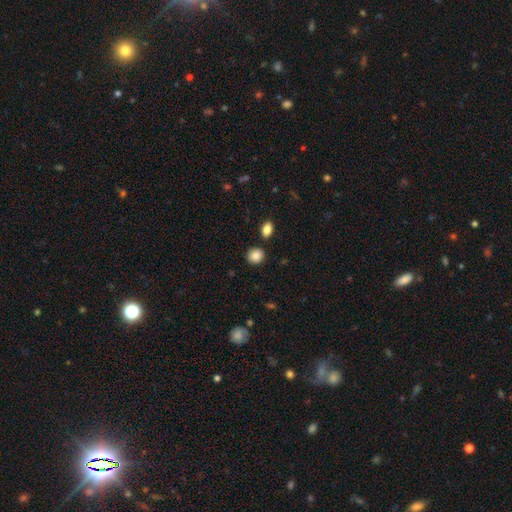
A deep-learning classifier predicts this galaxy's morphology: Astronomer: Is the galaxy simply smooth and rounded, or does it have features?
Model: smooth — 87%.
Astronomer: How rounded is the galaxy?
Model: round — 78%.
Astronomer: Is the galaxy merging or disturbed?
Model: none — 86%.